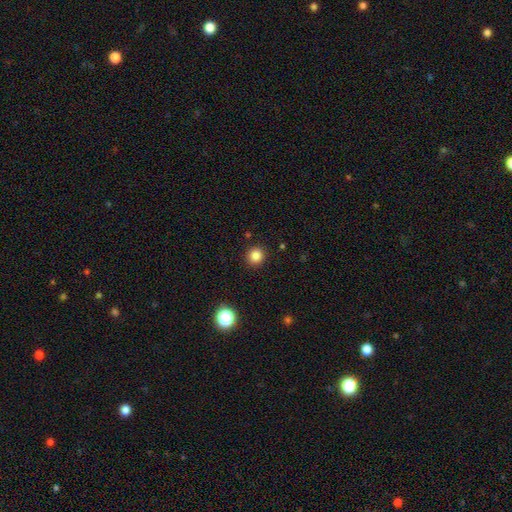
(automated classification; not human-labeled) A smooth galaxy with no disk features (84%) that is round (92%). Merging: none (91%).